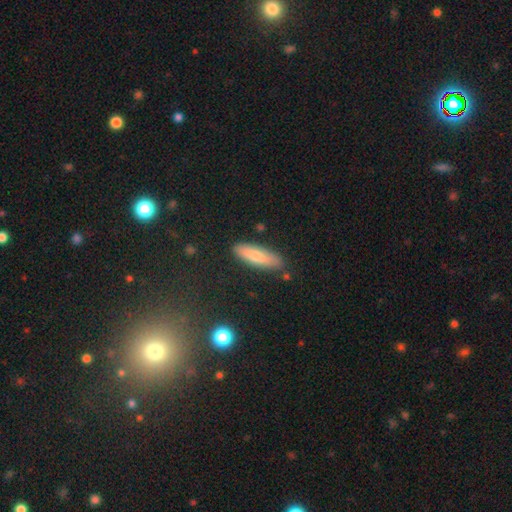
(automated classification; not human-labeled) smooth-or-featured: smooth: 58% | featured or disk: 29% | star or artifact: 13%
  how-rounded: cigar-shaped: 70% | in between: 26% | round: 4%
  merging: none: 85% | minor disturbance: 11% | major disturbance: 3% | merger: 2%